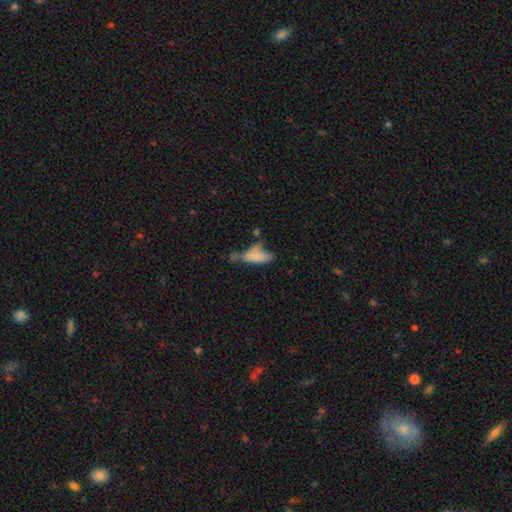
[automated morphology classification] Overall: smooth (72%). How rounded: in between (75%). Merging: none (29%; minor disturbance 25%).